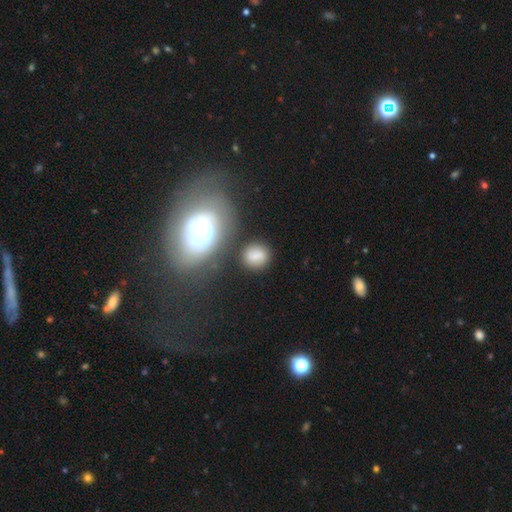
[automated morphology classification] Smooth or featured: smooth — 75% (featured or disk — 13%)
How rounded: round — 71% (in between — 27%)
Merging: none — 72% (minor disturbance — 14%)